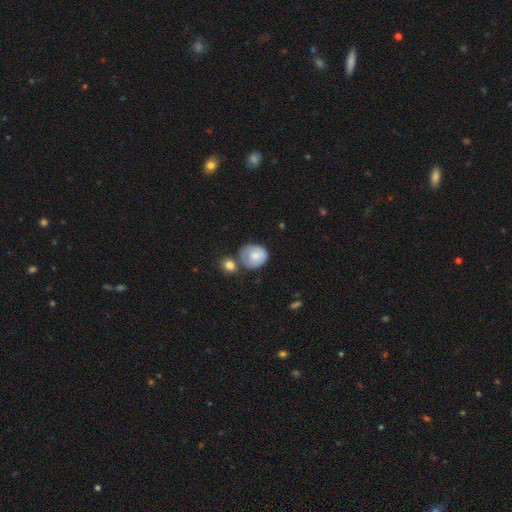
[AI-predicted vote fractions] Smooth or featured: smooth — 69% (featured or disk — 24%)
How rounded: round — 70% (in between — 29%)
Merging: none — 49% (minor disturbance — 24%)